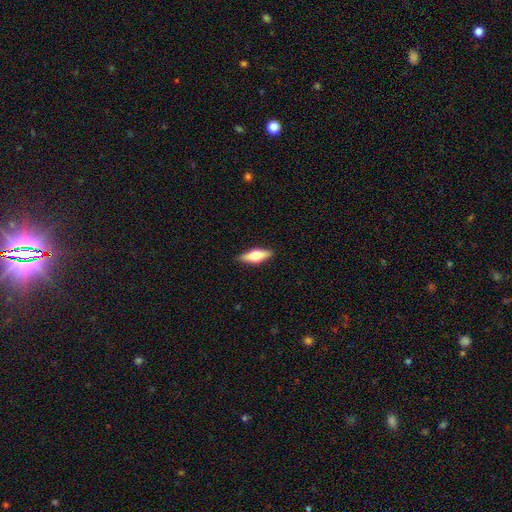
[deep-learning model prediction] Morphology: type=smooth (49%); merging=none (89%).